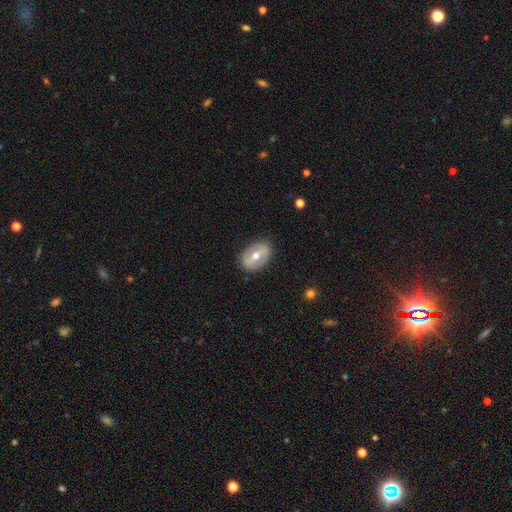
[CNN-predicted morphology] Smooth or featured? Predicted: featured or disk (p=0.55). Edge-on disk? Predicted: no (p=0.92). Bar? Predicted: strong (p=0.37). Spiral arms? Predicted: no (p=0.72). Bulge size? Predicted: moderate (p=0.74). Merging? Predicted: none (p=0.85).